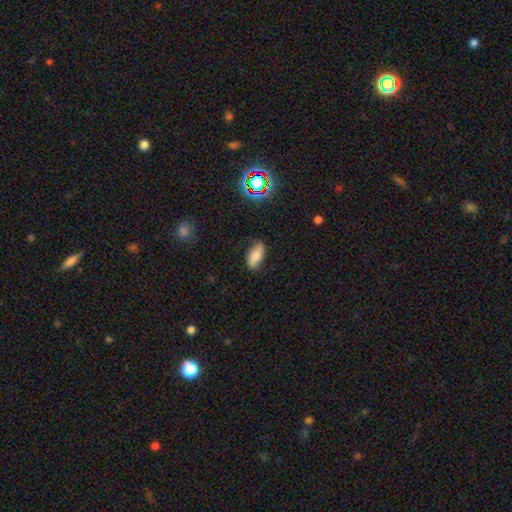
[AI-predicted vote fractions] This is likely a smooth galaxy (73%). How rounded: clearly in between (88%). Merging: likely none (80%).